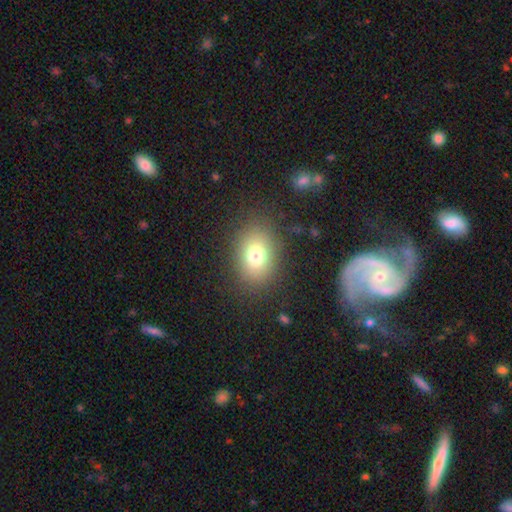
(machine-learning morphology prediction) This is likely a smooth galaxy (75%). How rounded: likely in between (61%). Merging: clearly none (83%).